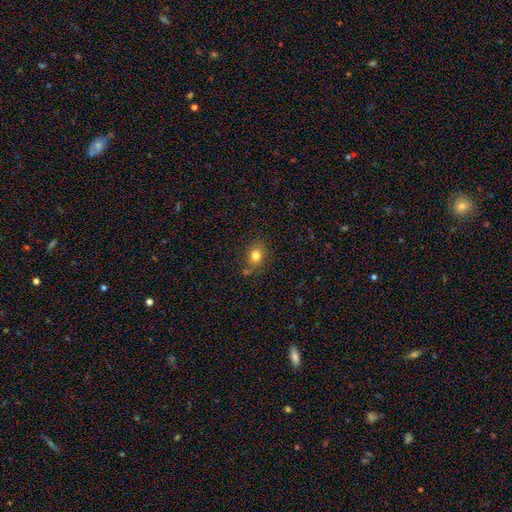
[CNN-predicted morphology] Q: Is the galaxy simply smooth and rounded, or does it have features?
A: smooth — 80%.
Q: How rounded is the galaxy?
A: round — 51%.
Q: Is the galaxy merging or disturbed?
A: none — 74%.